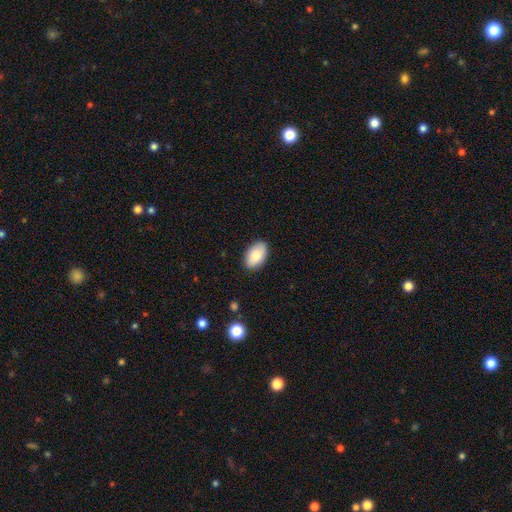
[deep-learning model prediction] This appears to be a smooth galaxy with no disk features (86%) that is in between round and cigar-shaped (94%). Merging: none (87%).